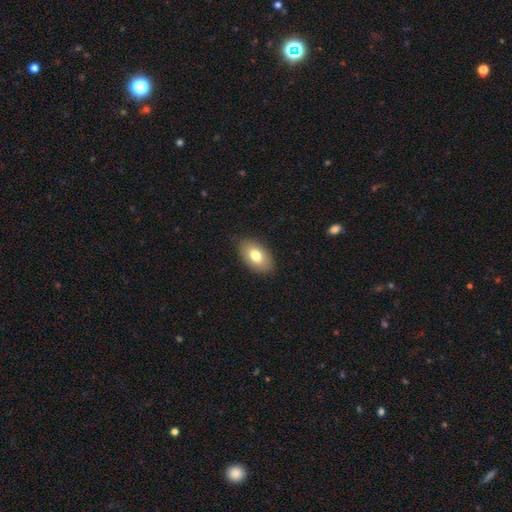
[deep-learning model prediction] The model was most divided on "smooth or featured": smooth: 76%, featured or disk: 17%, star or artifact: 7%. More confident: how rounded — in between (92%); merging — none (86%).